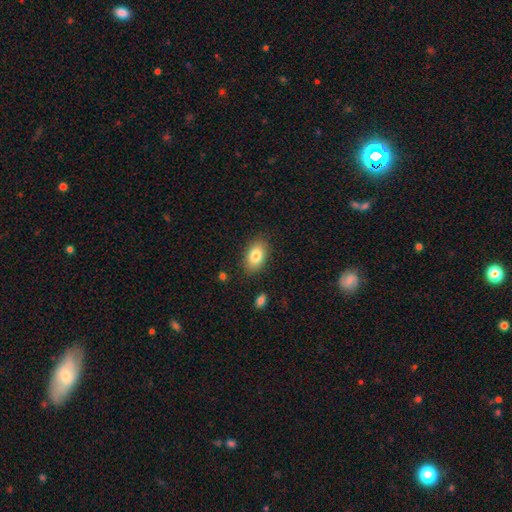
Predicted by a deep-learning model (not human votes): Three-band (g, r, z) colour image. It shows a smooth galaxy with no disk features (83%) that is in between round and cigar-shaped (89%). Merging: none (85%).